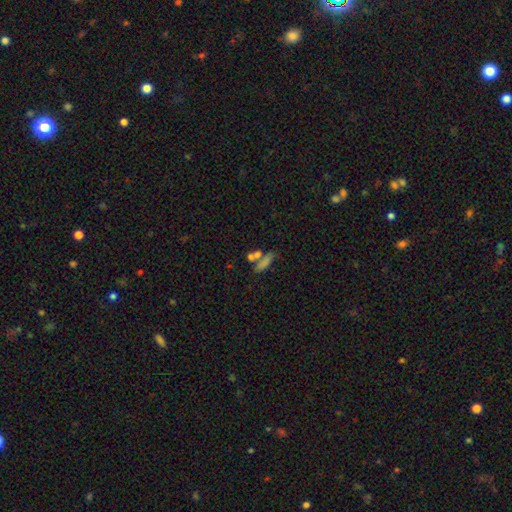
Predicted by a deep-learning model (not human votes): The model was most divided on "how rounded": in between: 47%, cigar-shaped: 42%, round: 11%. Remaining: smooth or featured — smooth (67%); merging — none (46%).